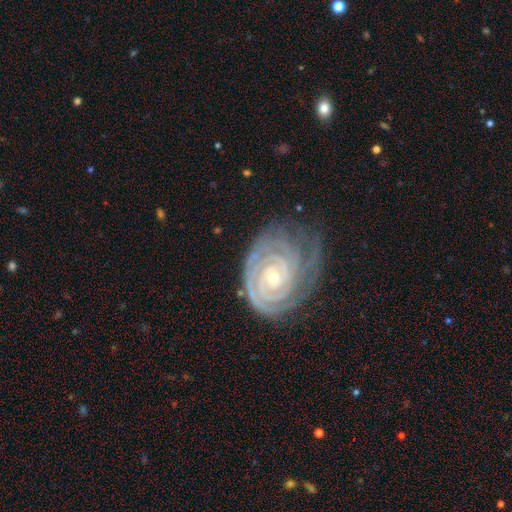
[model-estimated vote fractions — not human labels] This appears to be a featured or disk galaxy (90%) with no bar (69%), 2 (37%) tight (88%) spiral arms (98%) and a small central bulge (69%). Merging: none (67%).